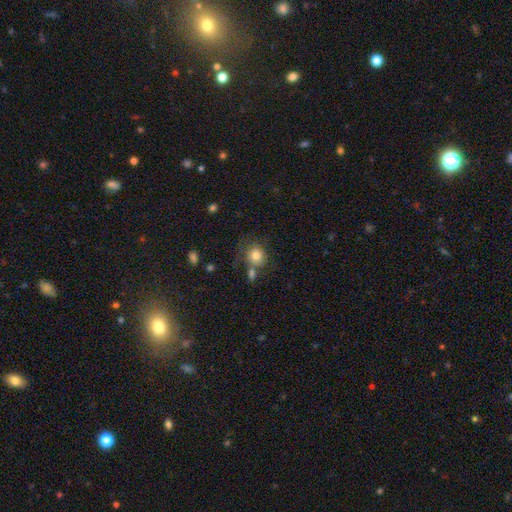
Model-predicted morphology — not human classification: type=smooth (81%); roundness=round (83%); merging=none (56%).